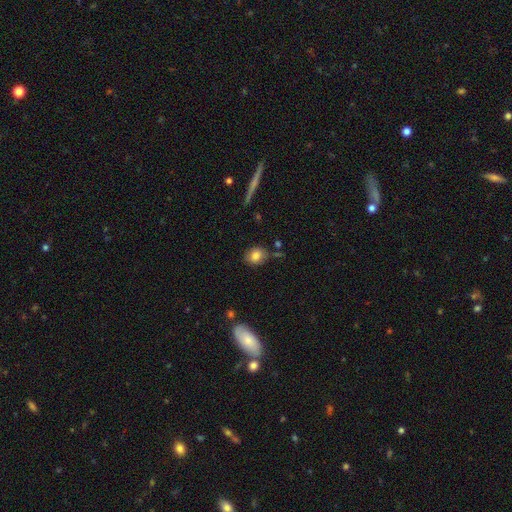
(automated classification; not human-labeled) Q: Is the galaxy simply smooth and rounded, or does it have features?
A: smooth — 82%.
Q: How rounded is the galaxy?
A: round — 61%.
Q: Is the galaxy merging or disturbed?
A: none — 76%.